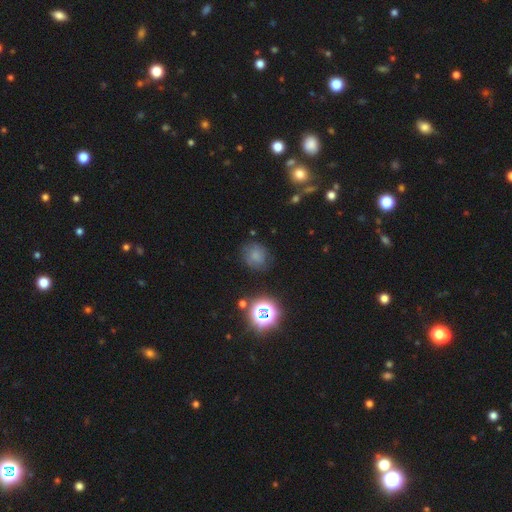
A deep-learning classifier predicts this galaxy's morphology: smooth 65%, star or artifact 20%, featured or disk 15%. Down the decision tree: how rounded — round (76%); merging — none (73%).